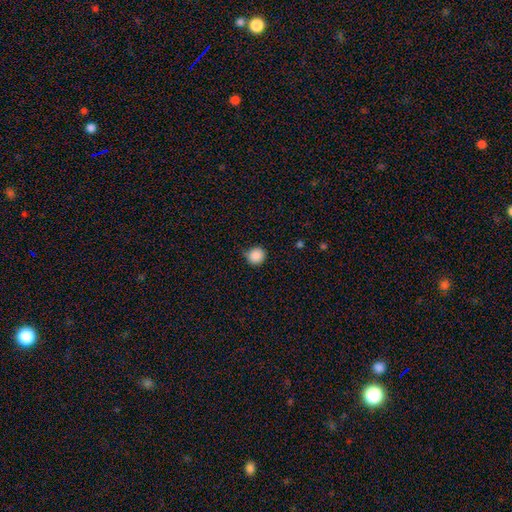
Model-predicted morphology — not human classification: Overall: smooth (88%). How rounded: round (91%). Merging: none (77%).